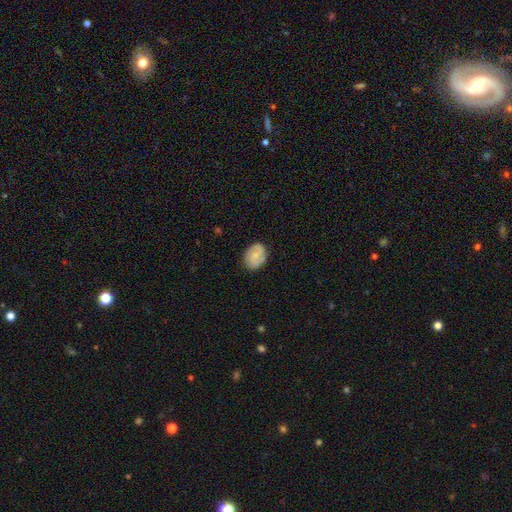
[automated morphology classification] A smooth galaxy with no disk features (67%) that is in between round and cigar-shaped (62%).

Vote fractions:
- Smooth or featured? smooth: 67% / featured or disk: 26% / star or artifact: 7%
- How rounded? in between: 62% / round: 37% / cigar-shaped: 1%
- Merging? none: 84% / minor disturbance: 12% / major disturbance: 3% / merger: 1%